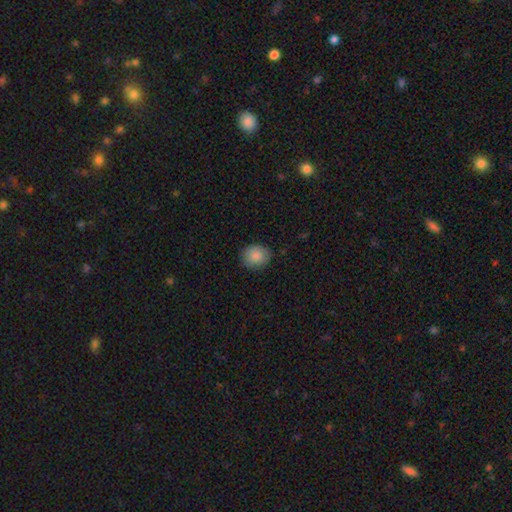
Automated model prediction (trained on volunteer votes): The model was most divided on "how rounded": round: 67%, in between: 32%, cigar-shaped: 1%. More confident: smooth or featured — smooth (87%); merging — none (85%).